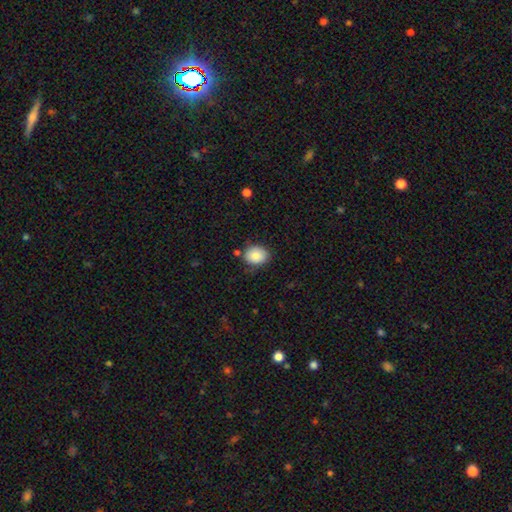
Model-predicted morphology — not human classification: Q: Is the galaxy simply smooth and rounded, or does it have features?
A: smooth — 86%.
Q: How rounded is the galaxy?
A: in between — 50%, tied with round.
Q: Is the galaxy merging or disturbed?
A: none — 79%.